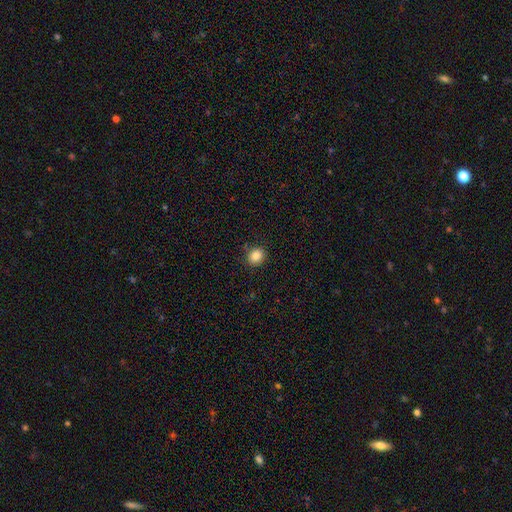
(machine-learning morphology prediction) This appears to be a smooth galaxy with no disk features (86%) that is round (70%). Merging: none (86%).